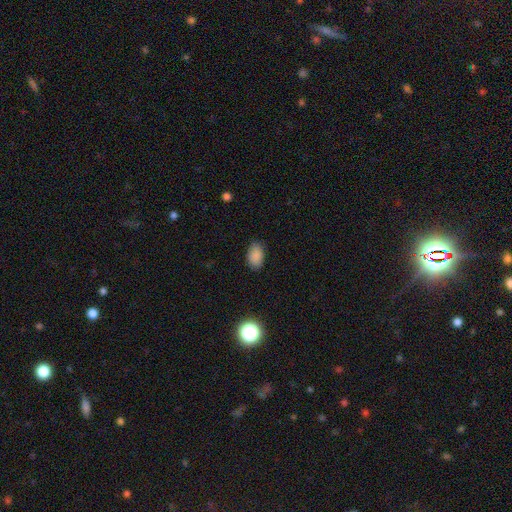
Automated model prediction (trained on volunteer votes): Smooth or featured? Predicted: smooth (p=0.86). How rounded? Predicted: in between (p=0.90). Merging? Predicted: none (p=0.83).